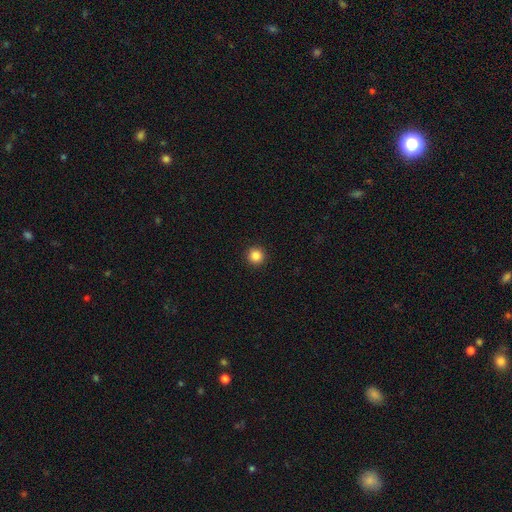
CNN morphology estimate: Q: Smooth or featured?
A: smooth (85%); runner-up: star or artifact (11%)
Q: How rounded?
A: round (96%); runner-up: in between (3%)
Q: Merging?
A: none (93%); runner-up: minor disturbance (4%)